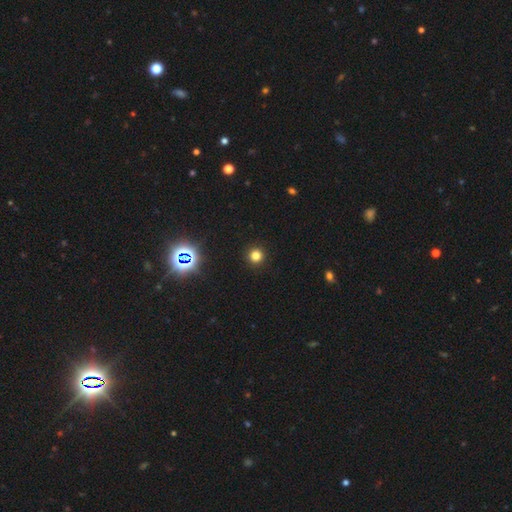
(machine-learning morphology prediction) smooth_or_featured: smooth (p=0.77) [alt: star or artifact p=0.18]
how_rounded: round (p=0.95) [alt: in between p=0.04]
merging: none (p=0.93) [alt: minor disturbance p=0.04]